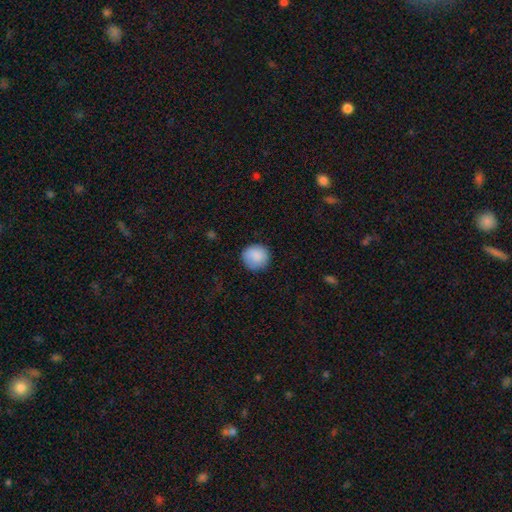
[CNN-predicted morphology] This appears to be a smooth galaxy with no disk features (88%) that is round (94%). Merging: none (86%).